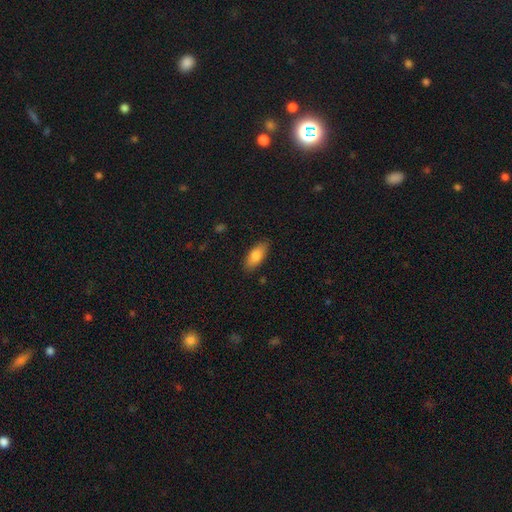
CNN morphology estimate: A smooth galaxy with no disk features (81%) that is in between round and cigar-shaped (82%).

Vote fractions:
- Smooth or featured? smooth: 81% / featured or disk: 13% / star or artifact: 6%
- How rounded? in between: 82% / cigar-shaped: 16% / round: 2%
- Merging? none: 86% / minor disturbance: 10% / major disturbance: 2% / merger: 1%